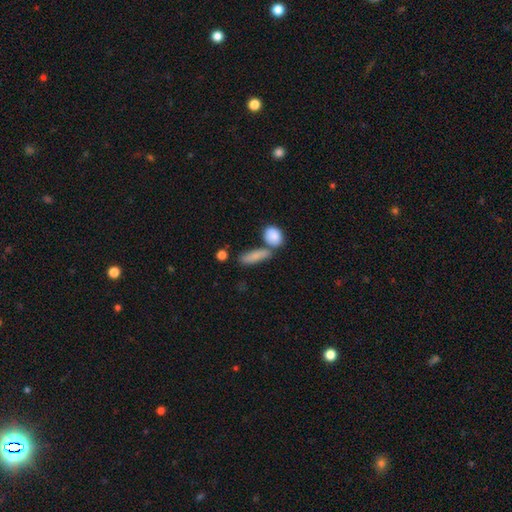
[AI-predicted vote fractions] smooth 82%, featured or disk 11%, star or artifact 7%. Down the decision tree: how rounded — in between (53%); merging — none (57%).